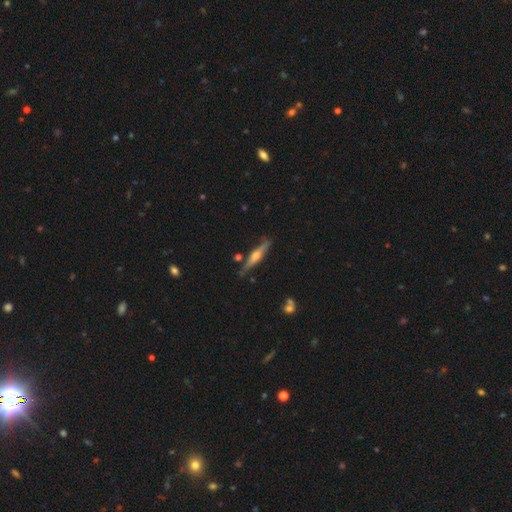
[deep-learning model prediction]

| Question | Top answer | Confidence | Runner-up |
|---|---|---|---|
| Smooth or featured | featured or disk | 65% | smooth (29%) |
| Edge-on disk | yes | 96% | no (4%) |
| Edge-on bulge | rounded | 83% | boxy (10%) |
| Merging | none | 81% | minor disturbance (13%) |